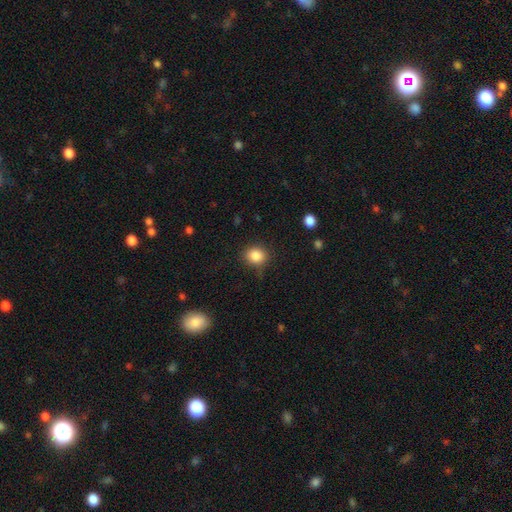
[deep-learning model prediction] Overall: smooth (86%). How rounded: round (72%). Merging: none (81%).